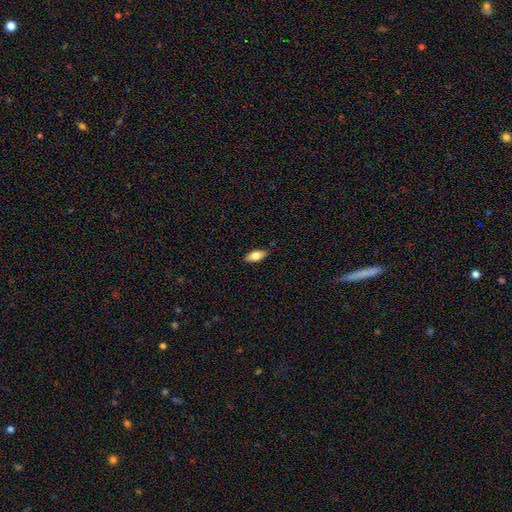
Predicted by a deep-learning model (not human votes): Overall: smooth (78%). How rounded: in between (86%). Merging: none (88%).